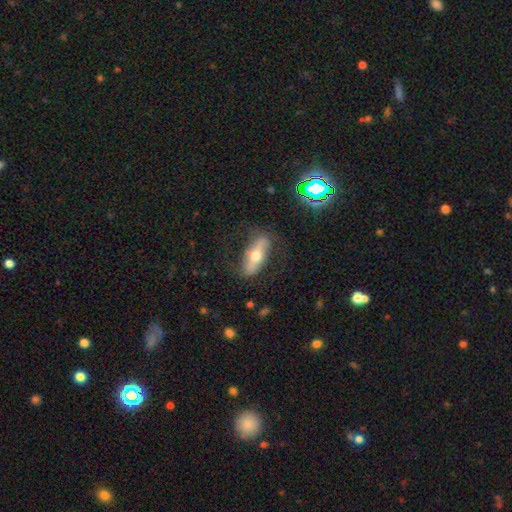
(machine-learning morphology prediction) This is possibly a featured or disk galaxy (55%). It is possibly not viewed edge-on (52%). Merging: likely none (77%).